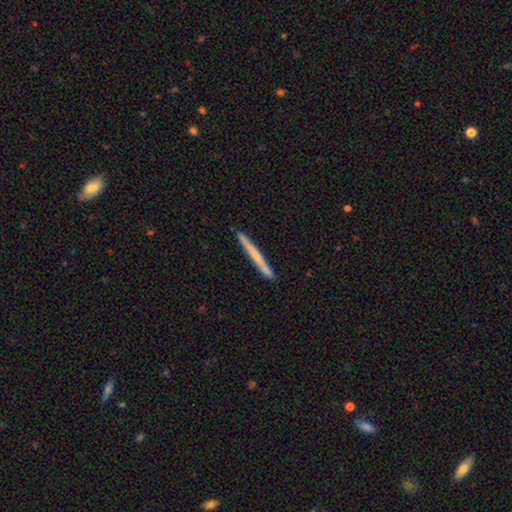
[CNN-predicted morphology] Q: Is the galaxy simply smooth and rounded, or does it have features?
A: smooth — 52%.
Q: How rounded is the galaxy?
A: cigar-shaped — 97%.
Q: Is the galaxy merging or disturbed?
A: none — 91%.